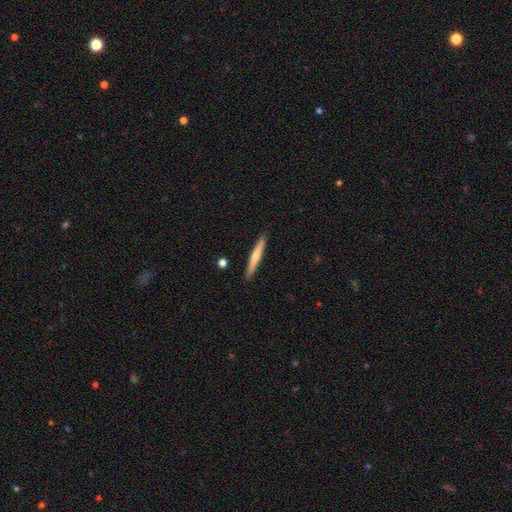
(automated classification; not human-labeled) Overall: smooth (58%; featured or disk 37%). How rounded: cigar-shaped (96%). Merging: none (90%).